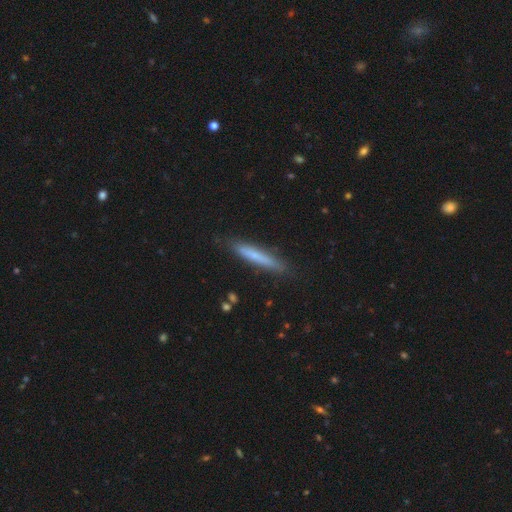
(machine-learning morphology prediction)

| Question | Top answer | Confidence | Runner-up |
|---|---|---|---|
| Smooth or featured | smooth | 63% | featured or disk (31%) |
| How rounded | cigar-shaped | 94% | in between (5%) |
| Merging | none | 86% | minor disturbance (11%) |